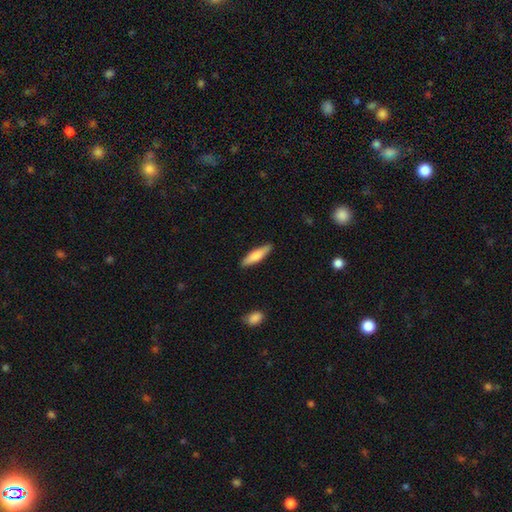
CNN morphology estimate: A smooth galaxy with no disk features (73%) that is cigar-shaped (70%).

Vote fractions:
- Smooth or featured? smooth: 73% / featured or disk: 22% / star or artifact: 5%
- How rounded? cigar-shaped: 70% / in between: 28% / round: 2%
- Merging? none: 87% / minor disturbance: 9% / major disturbance: 2% / merger: 1%